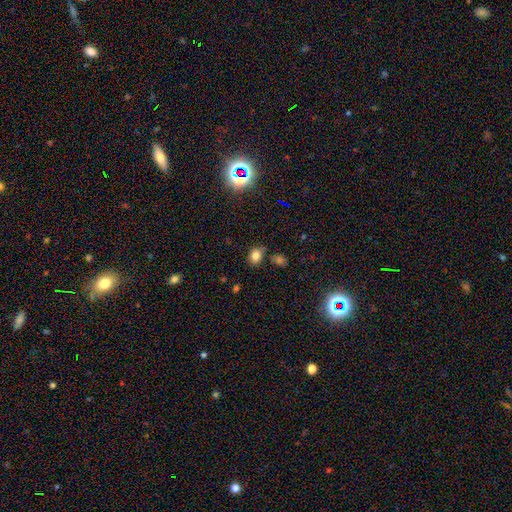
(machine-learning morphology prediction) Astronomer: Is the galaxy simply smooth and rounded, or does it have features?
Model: smooth — 78%.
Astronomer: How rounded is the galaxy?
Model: in between — 58% (runner-up: round, 41%).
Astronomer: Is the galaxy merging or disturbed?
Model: none — 69%.